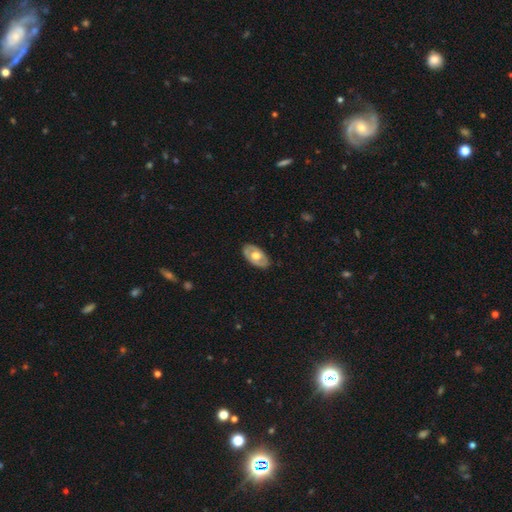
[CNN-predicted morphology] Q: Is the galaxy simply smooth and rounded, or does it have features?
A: featured or disk — 50%.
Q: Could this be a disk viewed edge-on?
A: no — 86%.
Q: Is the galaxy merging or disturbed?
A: none — 84%.